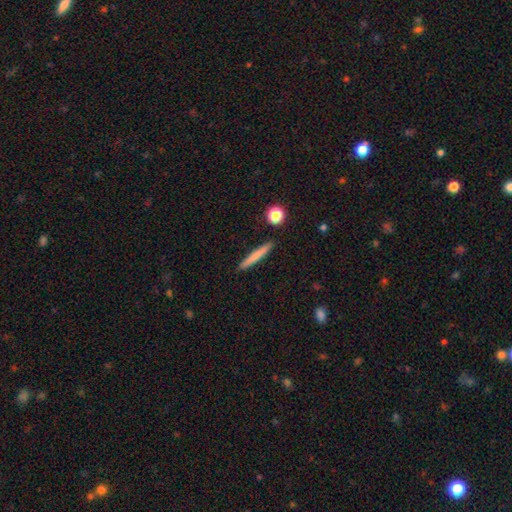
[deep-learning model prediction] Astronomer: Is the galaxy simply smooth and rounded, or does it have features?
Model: smooth — 70%.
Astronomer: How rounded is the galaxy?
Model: cigar-shaped — 95%.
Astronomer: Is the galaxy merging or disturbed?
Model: none — 91%.